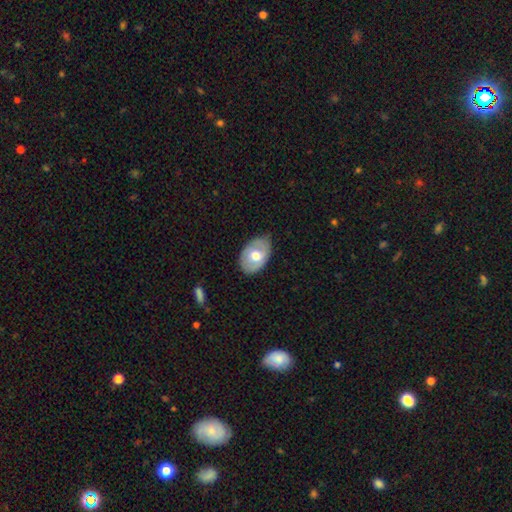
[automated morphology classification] type=smooth (58%); roundness=in between (85%); merging=none (75%).